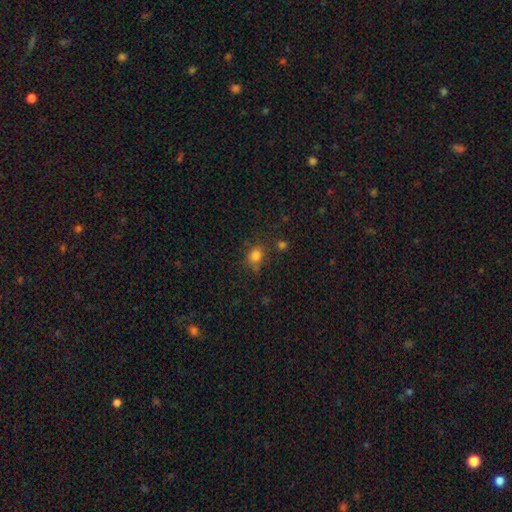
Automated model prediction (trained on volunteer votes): A smooth galaxy with no disk features (80%) that is round (56%).

Vote fractions:
- Smooth or featured? smooth: 80% / star or artifact: 13% / featured or disk: 7%
- How rounded? round: 56% / in between: 43% / cigar-shaped: 1%
- Merging? none: 68% / minor disturbance: 19% / merger: 7% / major disturbance: 7%